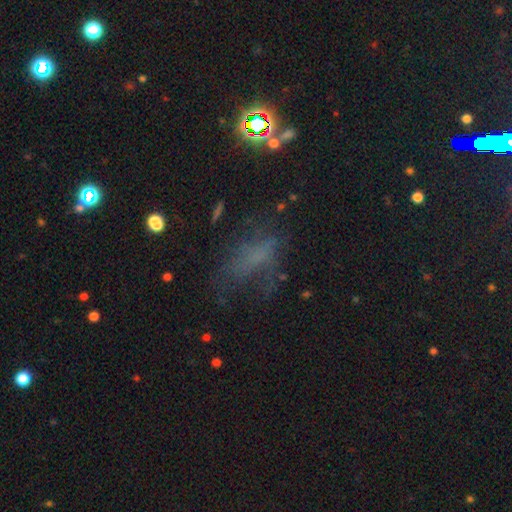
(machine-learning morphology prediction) Smooth or featured? smooth (39%)
Merging? none (44%)